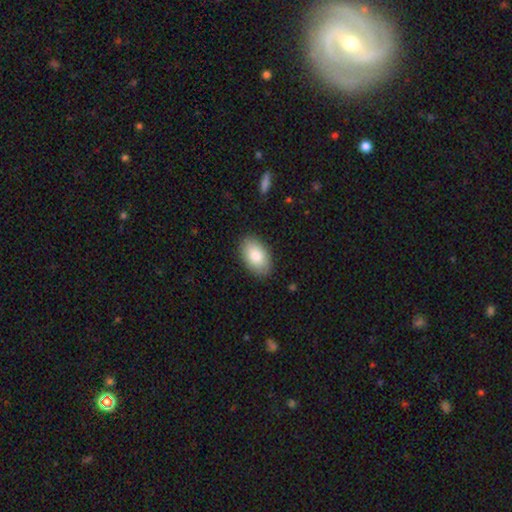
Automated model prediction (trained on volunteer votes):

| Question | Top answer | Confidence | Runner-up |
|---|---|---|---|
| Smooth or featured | smooth | 83% | featured or disk (10%) |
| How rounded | in between | 93% | round (6%) |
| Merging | none | 88% | minor disturbance (9%) |